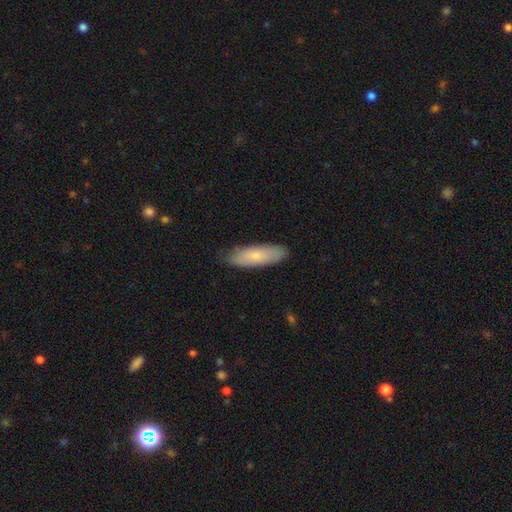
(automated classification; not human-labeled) A smooth galaxy with no disk features (72%) that is in between round and cigar-shaped (54%).

Vote fractions:
- Smooth or featured? smooth: 72% / featured or disk: 22% / star or artifact: 6%
- How rounded? in between: 54% / cigar-shaped: 45% / round: 2%
- Merging? none: 81% / minor disturbance: 15% / major disturbance: 2% / merger: 1%